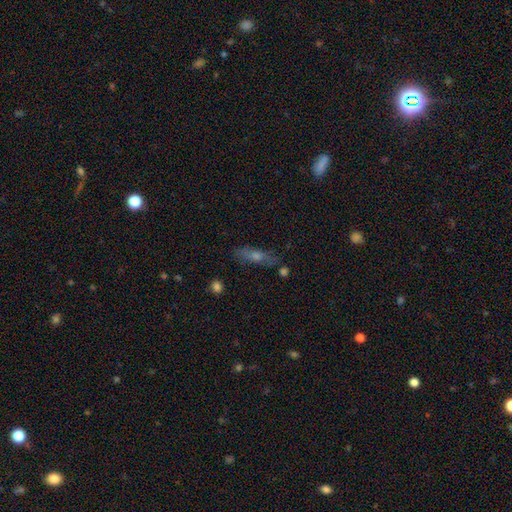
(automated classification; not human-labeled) This is marginally a featured or disk galaxy (43%). Merging: likely none (79%).